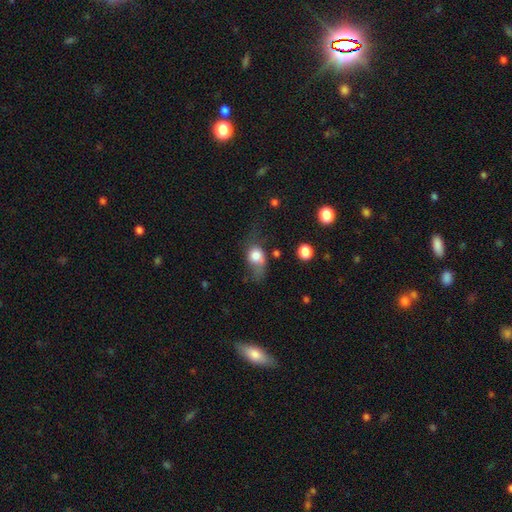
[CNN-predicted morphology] Smooth or featured? smooth (74%)
How rounded? round (51%)
Merging? major disturbance (36%)